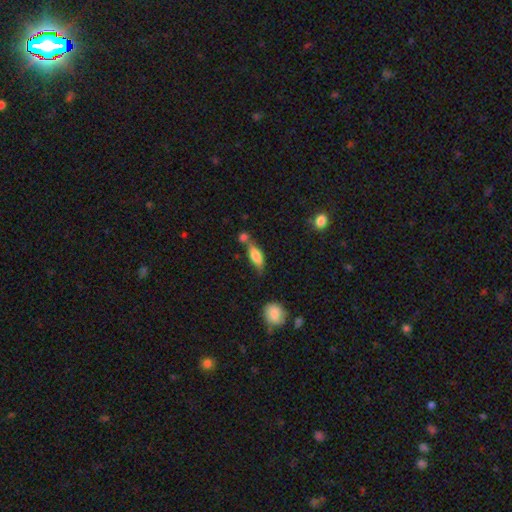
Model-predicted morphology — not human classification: smooth-or-featured: smooth: 75% | featured or disk: 18% | star or artifact: 7%
  how-rounded: in between: 70% | cigar-shaped: 27% | round: 3%
  merging: none: 49% | merger: 25% | minor disturbance: 20% | major disturbance: 6%